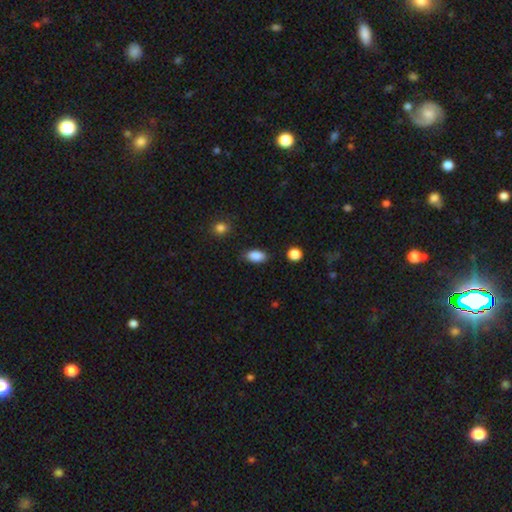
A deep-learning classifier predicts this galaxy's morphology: Smooth or featured?
  - smooth: 87% *
  - star or artifact: 8%
  - featured or disk: 5%
How rounded?
  - in between: 91% *
  - round: 5%
  - cigar-shaped: 3%
Merging?
  - none: 85% *
  - minor disturbance: 11%
  - major disturbance: 3%
  - merger: 2%